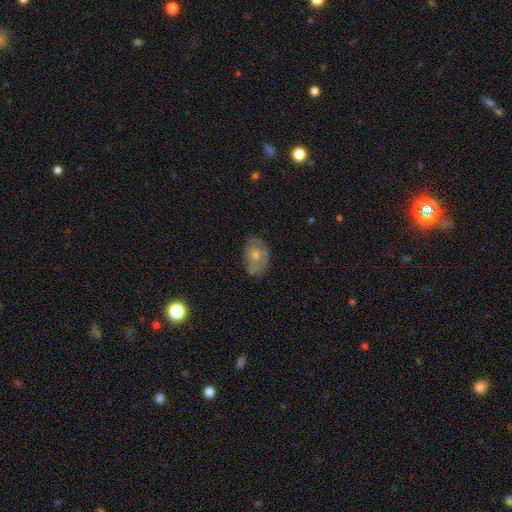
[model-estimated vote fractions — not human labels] A smooth galaxy with no disk features (55%) that is in between round and cigar-shaped (80%). Merging: none (64%).